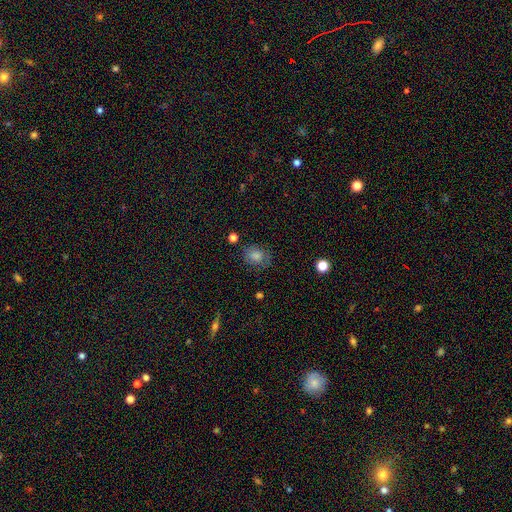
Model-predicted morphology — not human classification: Smooth or featured? smooth (80%)
How rounded? round (52%)
Merging? none (72%)